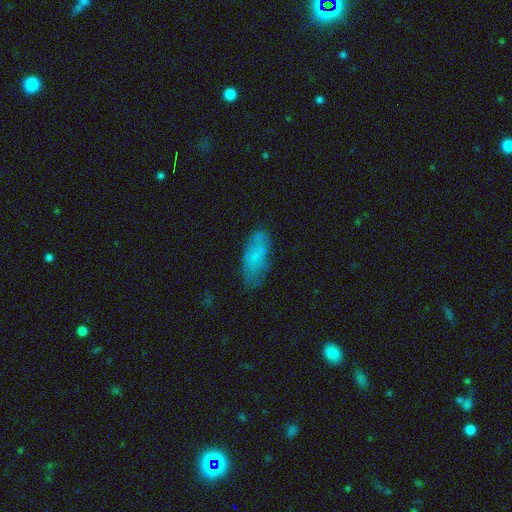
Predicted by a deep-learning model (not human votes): smooth_or_featured: smooth (p=0.69) [alt: featured or disk p=0.23]
how_rounded: in between (p=0.79) [alt: cigar-shaped p=0.19]
merging: none (p=0.72) [alt: minor disturbance p=0.20]